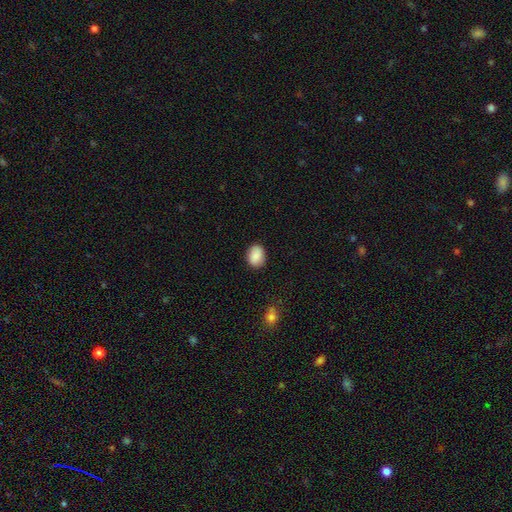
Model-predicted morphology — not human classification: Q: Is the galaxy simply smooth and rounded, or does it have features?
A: smooth — 88%.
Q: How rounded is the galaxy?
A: in between — 63%.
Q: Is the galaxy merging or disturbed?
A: none — 86%.